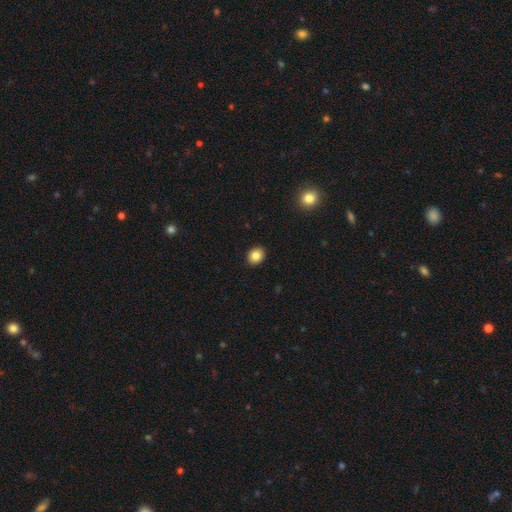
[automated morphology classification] This is clearly a smooth galaxy (85%). How rounded: possibly round (55%). Merging: clearly none (92%).